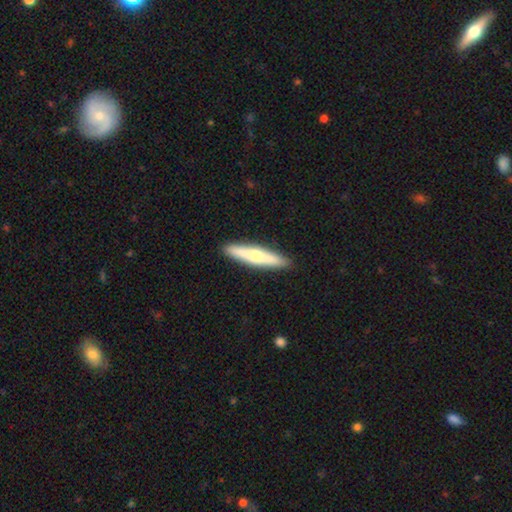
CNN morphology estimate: Smooth or featured?
  - smooth: 53% *
  - featured or disk: 42%
  - star or artifact: 5%
How rounded?
  - cigar-shaped: 88% *
  - in between: 10%
  - round: 2%
Merging?
  - none: 91% *
  - minor disturbance: 7%
  - major disturbance: 1%
  - merger: 1%